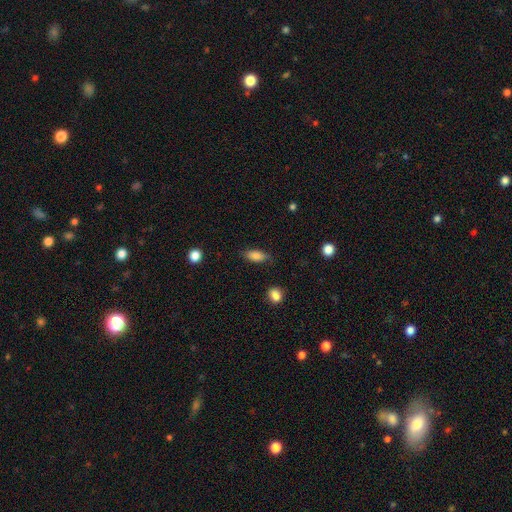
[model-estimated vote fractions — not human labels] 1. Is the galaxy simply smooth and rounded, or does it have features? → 84% smooth, 9% featured or disk, 8% star or artifact.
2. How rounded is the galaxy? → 84% in between, 13% cigar-shaped, 4% round.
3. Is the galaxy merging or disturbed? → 79% none, 16% minor disturbance, 4% major disturbance, 2% merger.